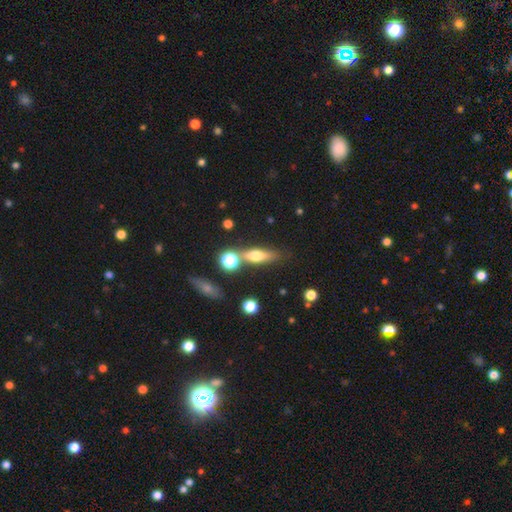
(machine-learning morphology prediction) Smooth or featured?
  - smooth: 55% *
  - featured or disk: 34%
  - star or artifact: 11%
How rounded?
  - cigar-shaped: 54% *
  - in between: 39%
  - round: 7%
Merging?
  - none: 66% *
  - merger: 15%
  - minor disturbance: 14%
  - major disturbance: 5%